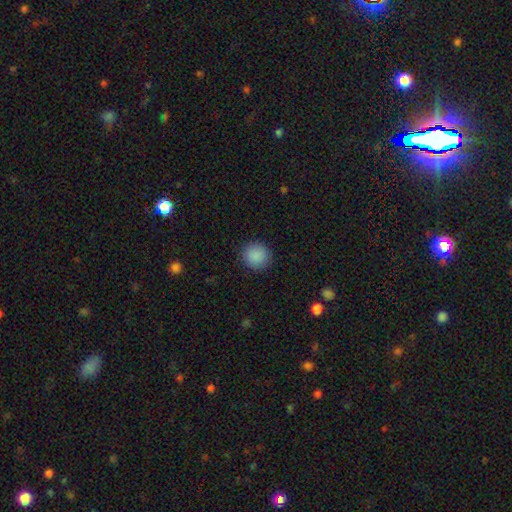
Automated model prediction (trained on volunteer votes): Smooth or featured? smooth (89%)
How rounded? round (91%)
Merging? none (90%)